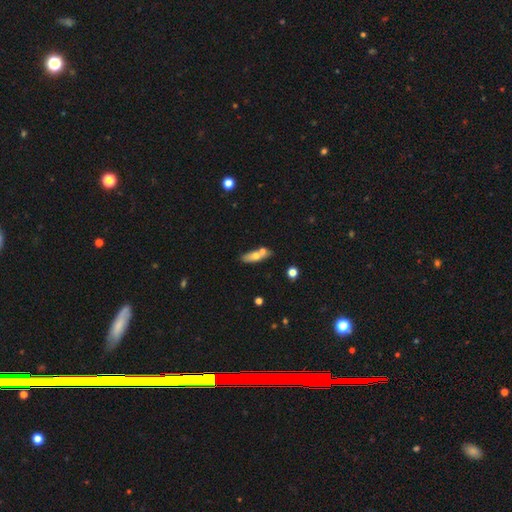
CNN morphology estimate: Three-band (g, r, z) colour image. It shows a smooth galaxy with no disk features (63%) that is in between round and cigar-shaped (53%). Merging: none (59%).